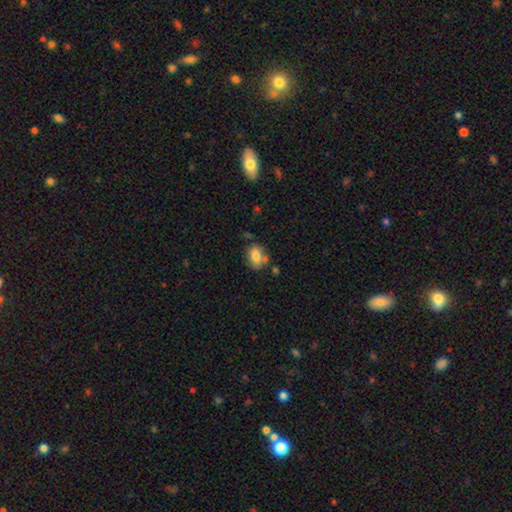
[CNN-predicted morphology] This is likely a smooth galaxy (77%). How rounded: likely in between (78%). Merging: possibly none (53%).